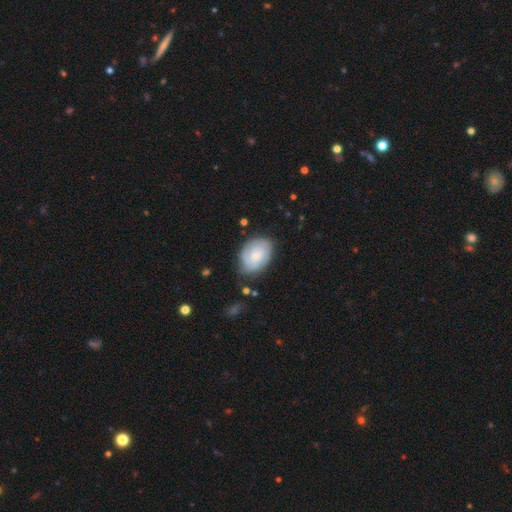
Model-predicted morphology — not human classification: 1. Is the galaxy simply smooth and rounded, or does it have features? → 51% smooth, 43% featured or disk, 7% star or artifact.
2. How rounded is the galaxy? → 77% in between, 22% round, 1% cigar-shaped.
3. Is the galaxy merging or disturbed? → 72% none, 21% minor disturbance, 6% major disturbance, 2% merger.